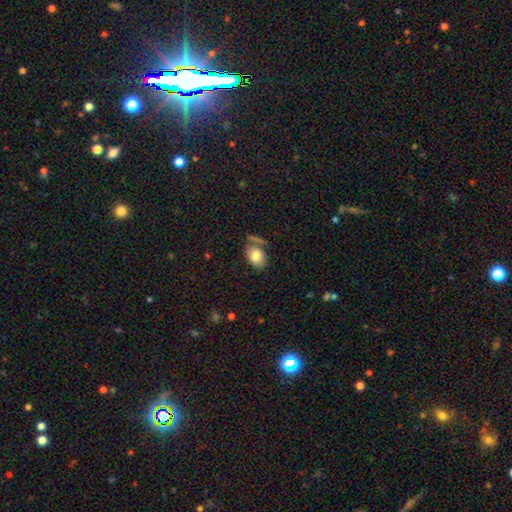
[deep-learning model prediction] This is likely a smooth galaxy (80%). How rounded: clearly in between (82%). Merging: possibly none (58%).